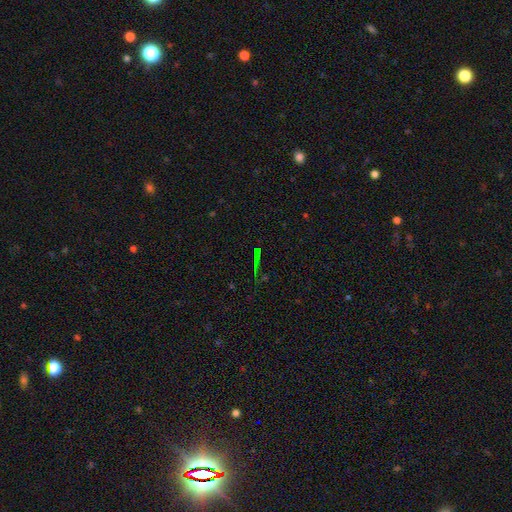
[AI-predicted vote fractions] Smooth or featured? star or artifact (69%)